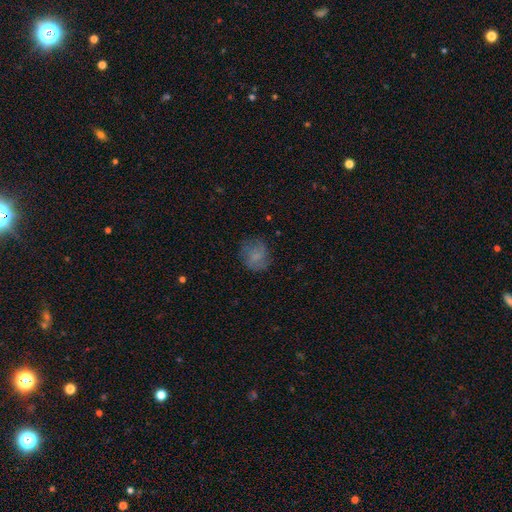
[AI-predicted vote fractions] This is likely a smooth galaxy (67%). How rounded: likely round (76%). Merging: likely none (71%).